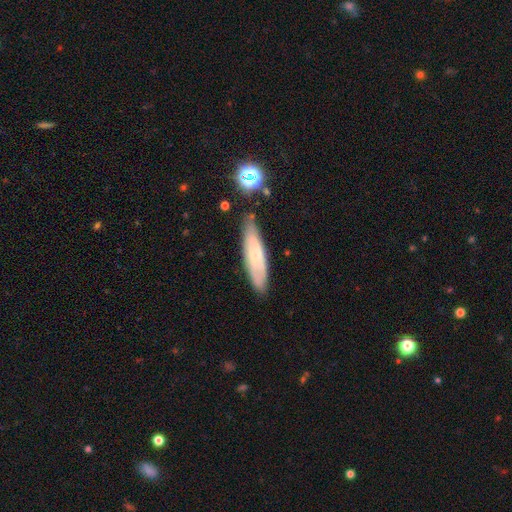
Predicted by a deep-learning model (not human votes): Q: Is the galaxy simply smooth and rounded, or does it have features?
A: smooth — 51%.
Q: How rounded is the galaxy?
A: cigar-shaped — 67%.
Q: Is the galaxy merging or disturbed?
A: none — 77%.